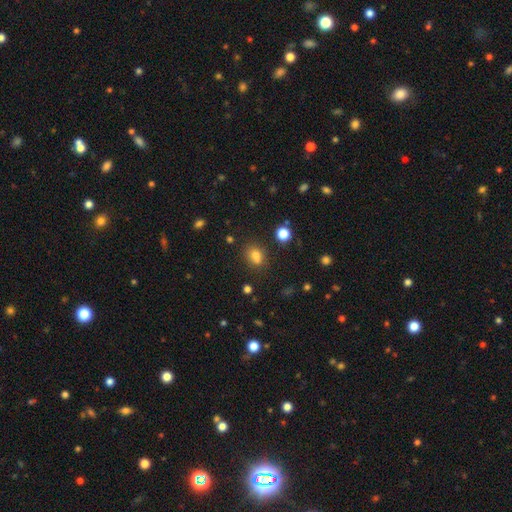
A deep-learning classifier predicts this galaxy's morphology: Smooth or featured? smooth (73%)
How rounded? round (59%)
Merging? none (57%)